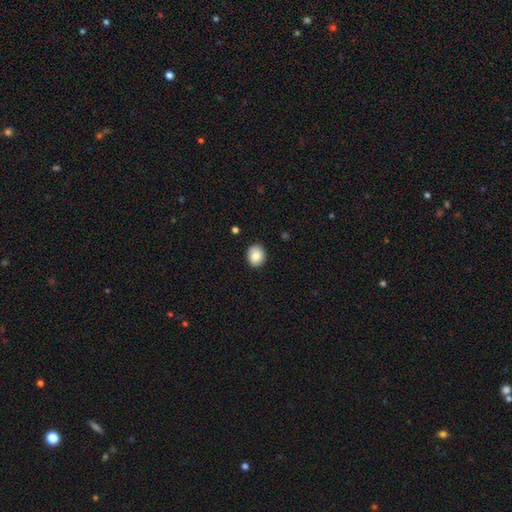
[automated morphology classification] Smooth or featured? Predicted: smooth (p=0.87). How rounded? Predicted: round (p=0.63). Merging? Predicted: none (p=0.89).